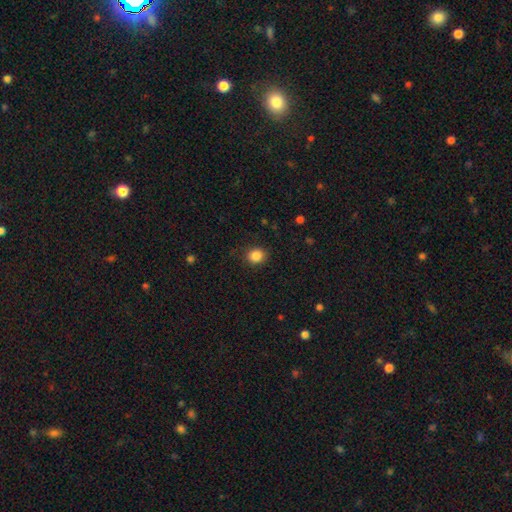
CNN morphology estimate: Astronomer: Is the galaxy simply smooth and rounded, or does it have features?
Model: smooth — 86%.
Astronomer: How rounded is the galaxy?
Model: round — 81%.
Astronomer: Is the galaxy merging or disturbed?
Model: none — 88%.